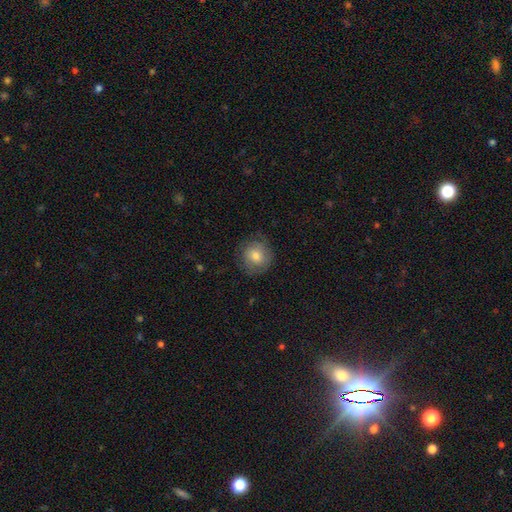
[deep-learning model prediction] Morphology: type=smooth (66%); roundness=round (89%); merging=none (76%).